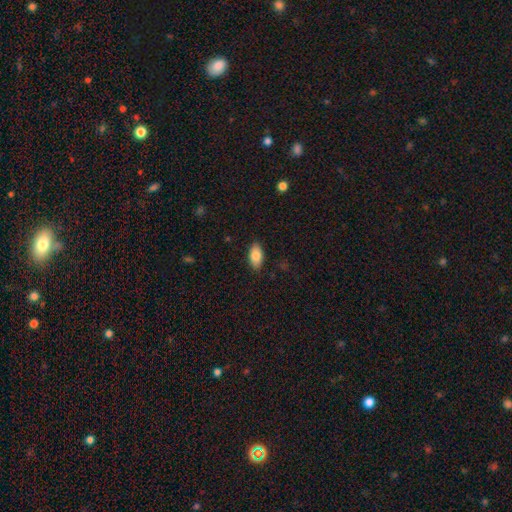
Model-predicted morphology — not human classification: Smooth or featured? Predicted: smooth (p=0.82). How rounded? Predicted: in between (p=0.92). Merging? Predicted: none (p=0.87).